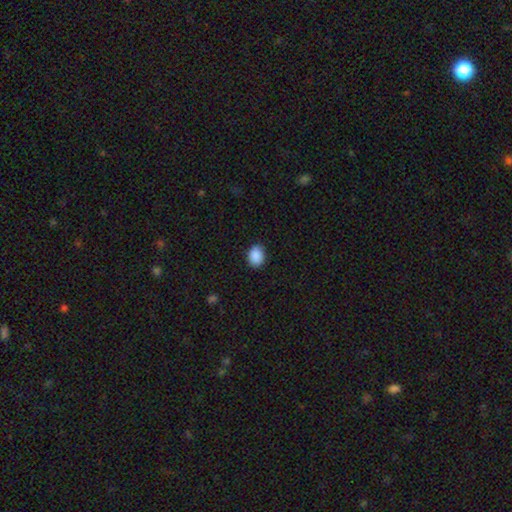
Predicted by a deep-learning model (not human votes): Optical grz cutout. It shows a smooth galaxy with no disk features (90%) that is in between round and cigar-shaped (58%). Merging: none (87%).